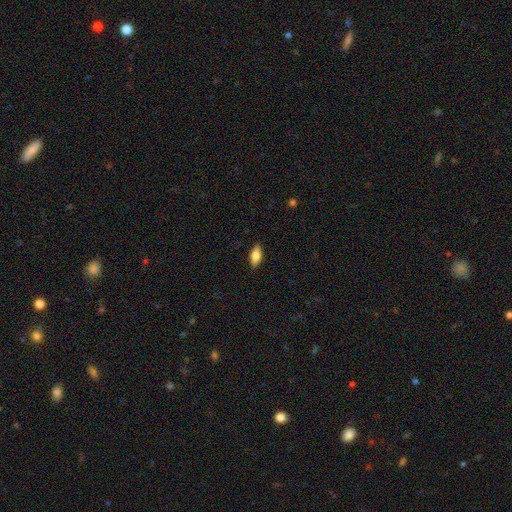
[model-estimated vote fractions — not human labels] Smooth or featured?
  - smooth: 78% *
  - featured or disk: 16%
  - star or artifact: 7%
How rounded?
  - in between: 81% *
  - cigar-shaped: 17%
  - round: 3%
Merging?
  - none: 88% *
  - minor disturbance: 9%
  - major disturbance: 2%
  - merger: 1%